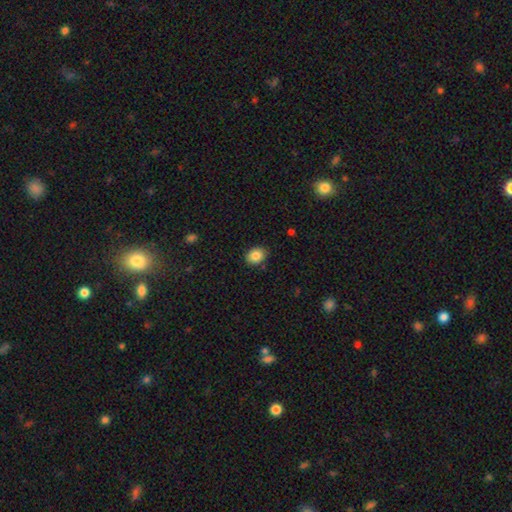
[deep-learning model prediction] smooth_or_featured: smooth (p=0.85) [alt: star or artifact p=0.09]
how_rounded: in between (p=0.55) [alt: round p=0.45]
merging: none (p=0.86) [alt: minor disturbance p=0.10]